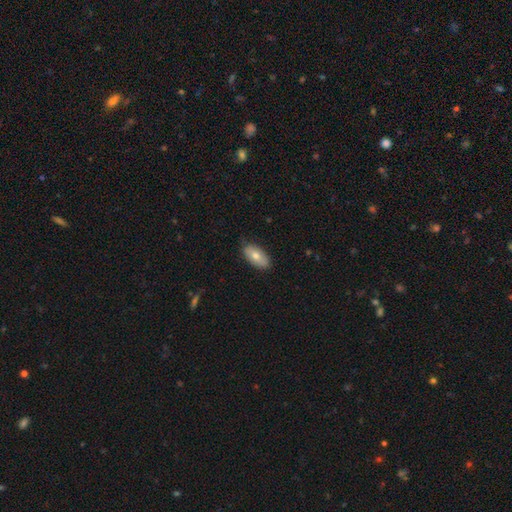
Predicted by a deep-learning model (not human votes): Smooth or featured: smooth — 69% (featured or disk — 24%)
How rounded: in between — 92% (cigar-shaped — 5%)
Merging: none — 83% (minor disturbance — 13%)